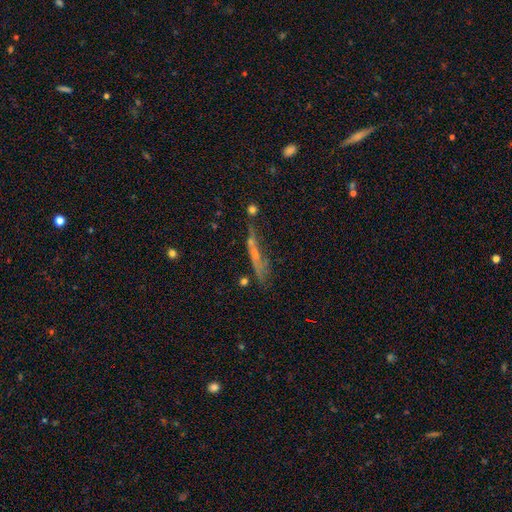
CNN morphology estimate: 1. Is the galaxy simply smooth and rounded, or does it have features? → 46% featured or disk, 36% smooth, 18% star or artifact.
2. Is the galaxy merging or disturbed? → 44% none, 21% minor disturbance, 21% major disturbance, 14% merger.